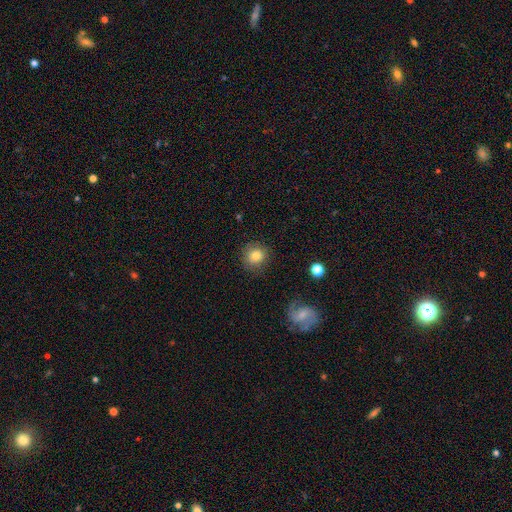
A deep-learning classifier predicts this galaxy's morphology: A smooth galaxy with no disk features (79%) that is round (88%). Merging: none (84%).